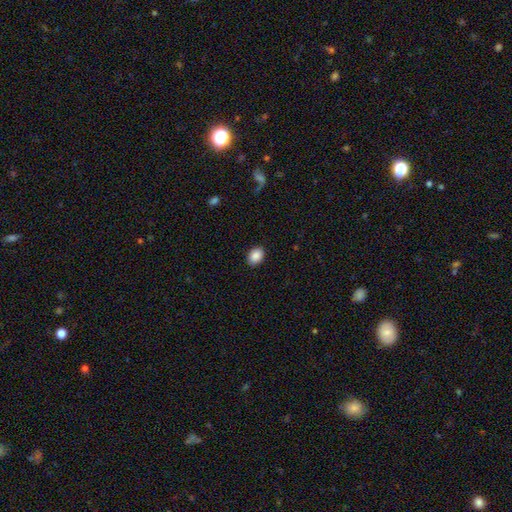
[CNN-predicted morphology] smooth-or-featured: smooth: 89% | star or artifact: 8% | featured or disk: 3%
  how-rounded: in between: 72% | round: 28% | cigar-shaped: 1%
  merging: none: 89% | minor disturbance: 8% | major disturbance: 2% | merger: 1%